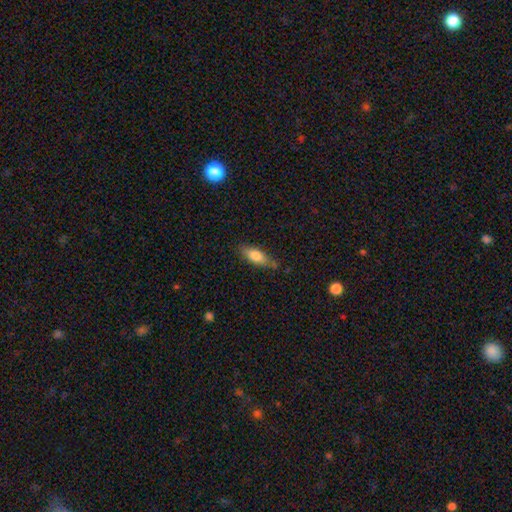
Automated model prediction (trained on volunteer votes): The model was most divided on "how rounded": in between: 72%, cigar-shaped: 25%, round: 2%. More confident: smooth or featured — smooth (80%); merging — none (73%).